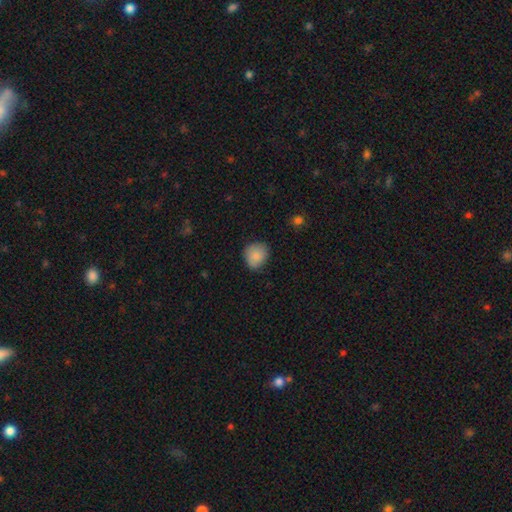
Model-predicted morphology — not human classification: Overall: smooth (85%). How rounded: round (77%). Merging: none (75%).